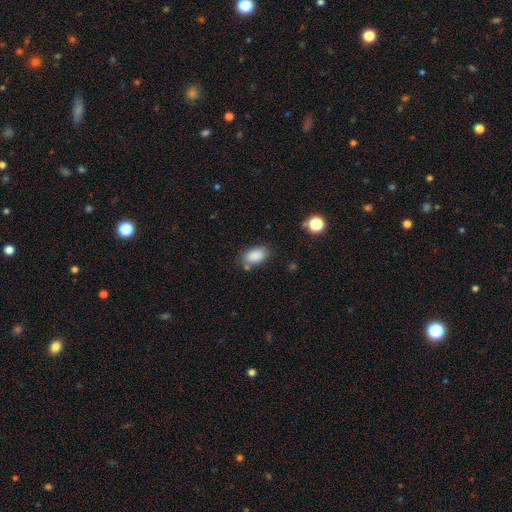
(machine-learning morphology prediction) Smooth or featured? Predicted: smooth (p=0.87). How rounded? Predicted: in between (p=0.90). Merging? Predicted: none (p=0.74).